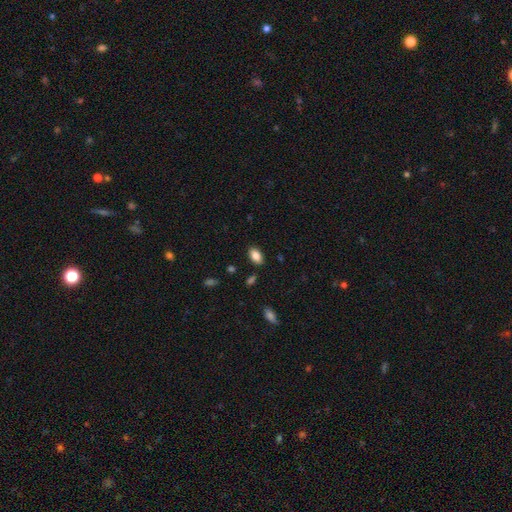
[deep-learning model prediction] Smooth or featured? smooth (86%)
How rounded? in between (92%)
Merging? none (86%)